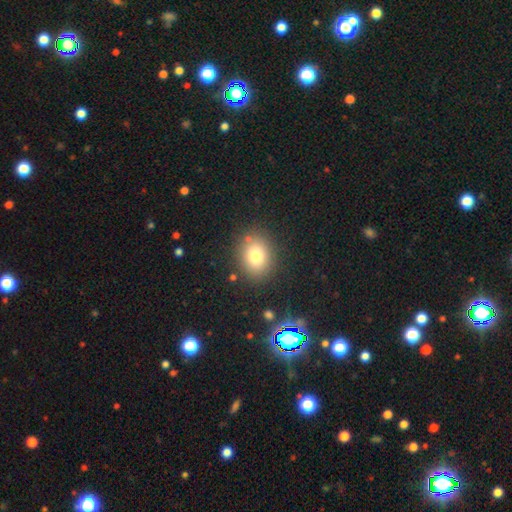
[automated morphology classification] smooth_or_featured: smooth (p=0.77) [alt: star or artifact p=0.13]
how_rounded: round (p=0.55) [alt: in between p=0.44]
merging: none (p=0.84) [alt: minor disturbance p=0.10]